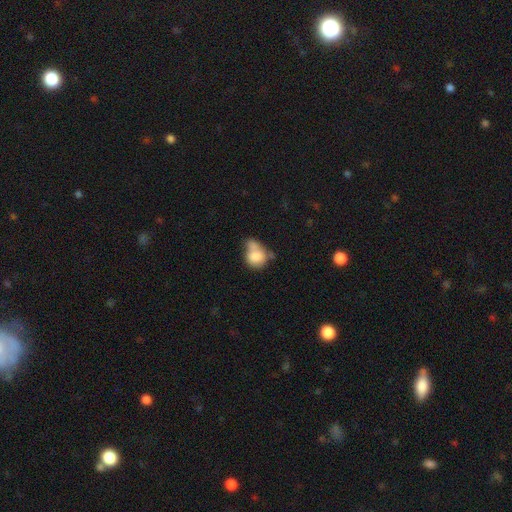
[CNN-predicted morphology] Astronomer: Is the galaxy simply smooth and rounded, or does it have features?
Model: smooth — 74%.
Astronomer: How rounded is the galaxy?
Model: round — 53% (runner-up: in between, 46%).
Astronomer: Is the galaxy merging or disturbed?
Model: merger — 43% (runner-up: none, 24%).